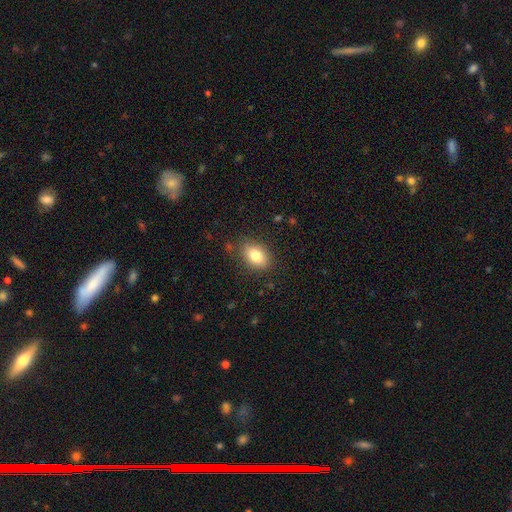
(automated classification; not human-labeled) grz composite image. It shows a smooth galaxy with no disk features (82%) that is in between round and cigar-shaped (83%). Merging: none (83%).